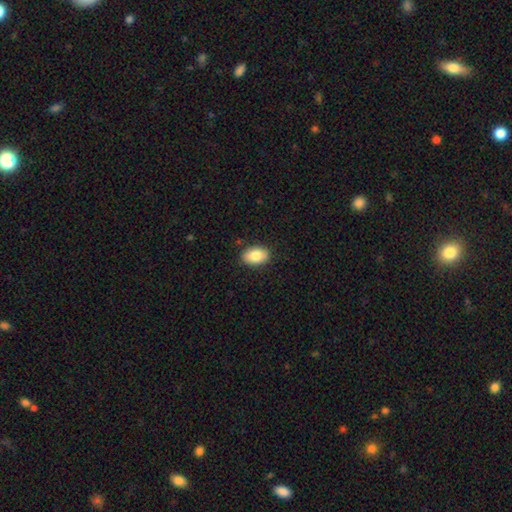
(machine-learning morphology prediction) Smooth or featured?
  - smooth: 83% *
  - featured or disk: 9%
  - star or artifact: 7%
How rounded?
  - in between: 88% *
  - round: 11%
  - cigar-shaped: 1%
Merging?
  - none: 87% *
  - minor disturbance: 9%
  - major disturbance: 2%
  - merger: 1%